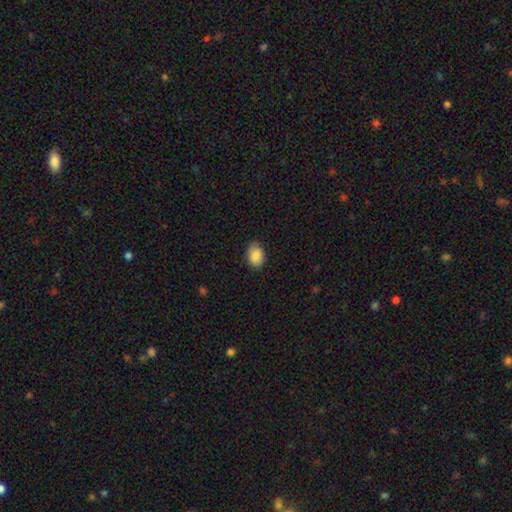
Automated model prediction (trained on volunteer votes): A smooth galaxy with no disk features (88%) that is in between round and cigar-shaped (78%).

Vote fractions:
- Smooth or featured? smooth: 88% / star or artifact: 7% / featured or disk: 5%
- How rounded? in between: 78% / round: 21% / cigar-shaped: 1%
- Merging? none: 82% / minor disturbance: 15% / major disturbance: 2% / merger: 1%